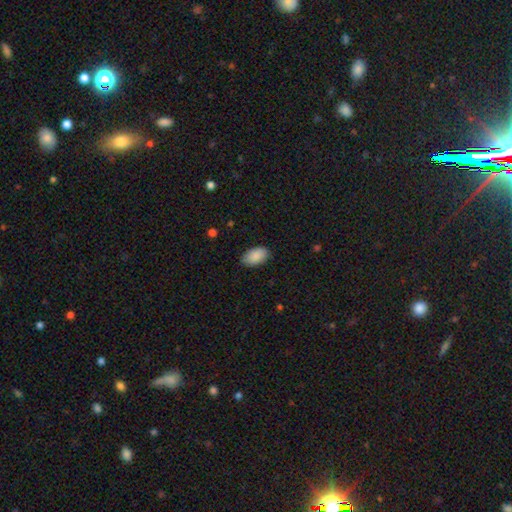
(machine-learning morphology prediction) smooth 90%, star or artifact 6%, featured or disk 4%. Down the decision tree: how rounded — in between (94%); merging — none (85%).